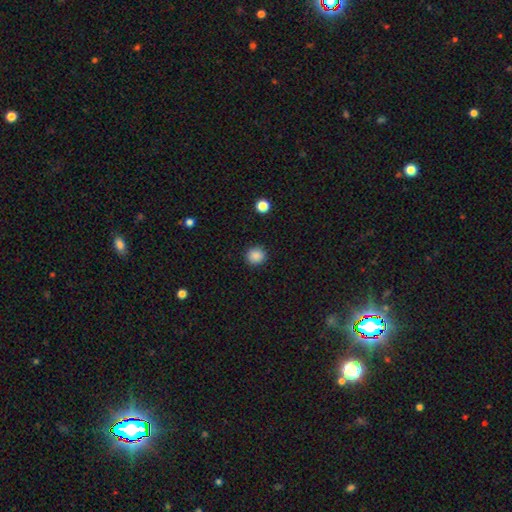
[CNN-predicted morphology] Smooth or featured?
  - smooth: 88% *
  - star or artifact: 10%
  - featured or disk: 3%
How rounded?
  - round: 91% *
  - in between: 8%
  - cigar-shaped: 1%
Merging?
  - none: 92% *
  - minor disturbance: 5%
  - major disturbance: 2%
  - merger: 1%